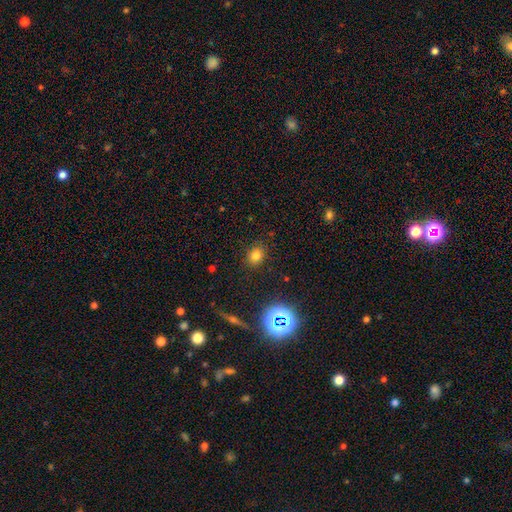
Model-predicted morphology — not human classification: Smooth or featured?
  - smooth: 74% *
  - star or artifact: 18%
  - featured or disk: 7%
How rounded?
  - round: 61% *
  - in between: 38%
  - cigar-shaped: 1%
Merging?
  - none: 86% *
  - minor disturbance: 9%
  - major disturbance: 3%
  - merger: 2%